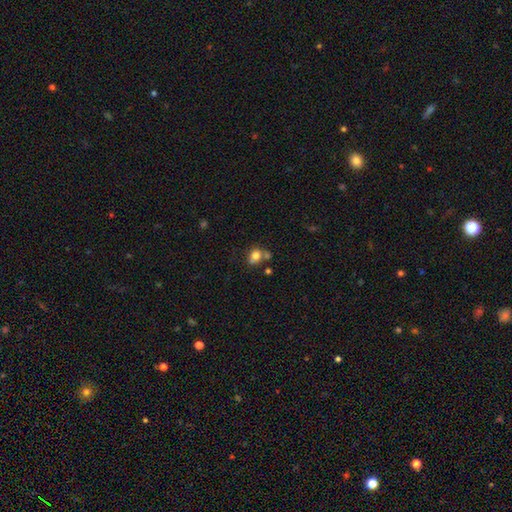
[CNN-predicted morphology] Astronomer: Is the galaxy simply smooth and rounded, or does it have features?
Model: smooth — 77%.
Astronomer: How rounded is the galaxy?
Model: round — 51% (runner-up: in between, 48%).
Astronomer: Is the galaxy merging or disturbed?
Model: none — 48% (runner-up: merger, 29%).